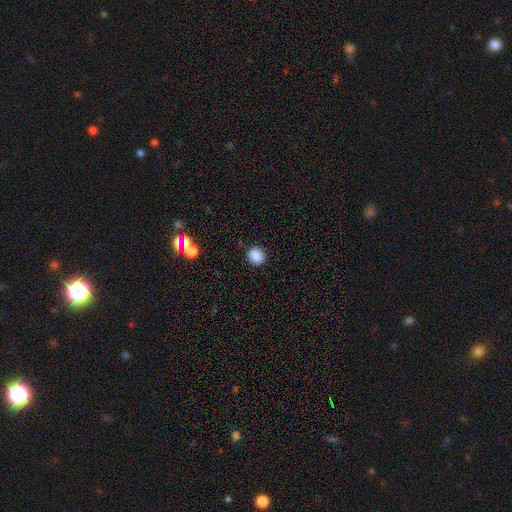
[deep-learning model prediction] This is clearly a smooth galaxy (86%). How rounded: likely round (78%). Merging: clearly none (87%).